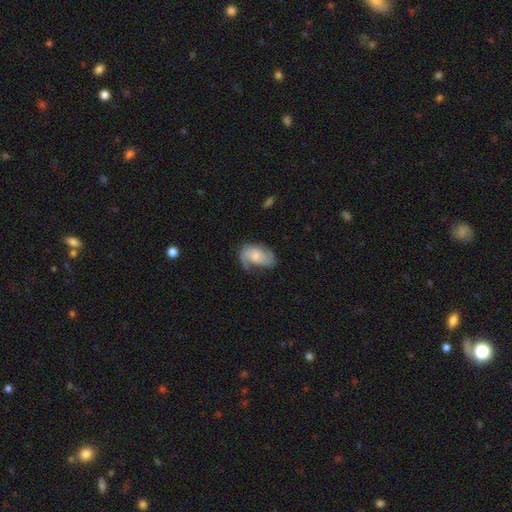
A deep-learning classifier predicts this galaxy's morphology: smooth-or-featured: featured or disk: 66% | smooth: 28% | star or artifact: 6%
  disk-edge-on: no: 97% | yes: 3%
    bar: no: 65% | weak: 29% | strong: 6%
    has-spiral-arms: yes: 91% | no: 9%
      spiral-winding: medium: 42% | loose: 33% | tight: 25%
      spiral-arm-count: 2: 64% | 1: 21% | can't tell: 9% | 3: 3% | 4: 1% | more than 4: 1%
    bulge-size: small: 44% | moderate: 37% | none: 10% | large: 7% | dominant: 2%
  merging: none: 54% | minor disturbance: 26% | major disturbance: 18% | merger: 2%